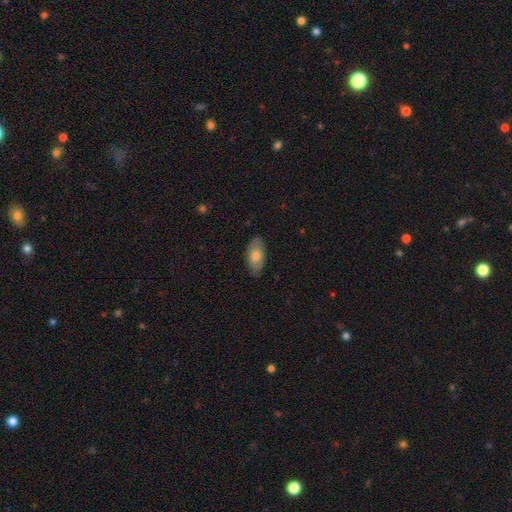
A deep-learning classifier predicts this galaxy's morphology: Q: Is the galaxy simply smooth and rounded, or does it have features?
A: smooth — 70%.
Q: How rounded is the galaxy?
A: in between — 93%.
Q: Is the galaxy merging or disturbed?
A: none — 82%.